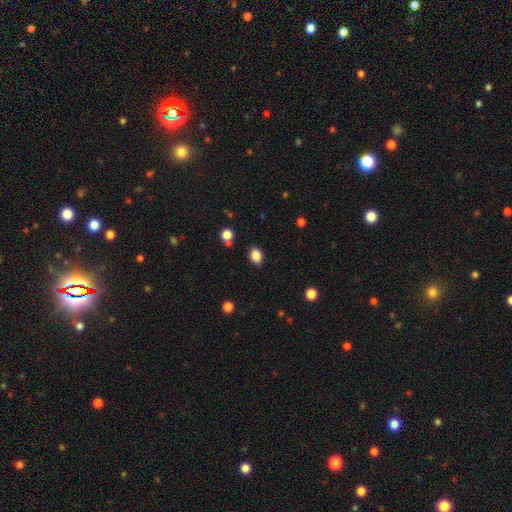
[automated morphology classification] smooth 86%, star or artifact 10%, featured or disk 4%. Down the decision tree: how rounded — in between (72%); merging — none (84%).